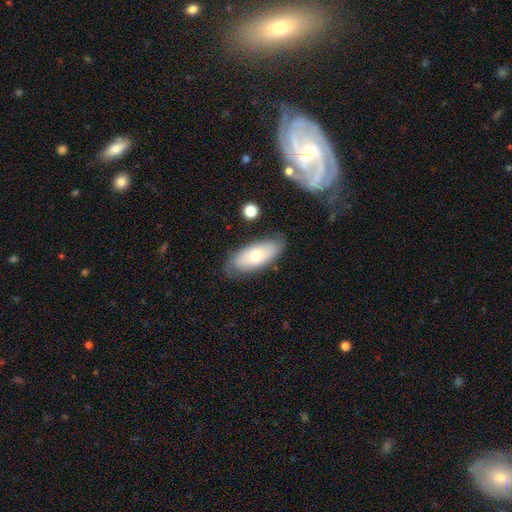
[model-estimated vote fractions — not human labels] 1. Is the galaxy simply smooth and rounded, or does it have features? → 58% smooth, 35% featured or disk, 7% star or artifact.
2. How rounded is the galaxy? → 86% in between, 11% cigar-shaped, 3% round.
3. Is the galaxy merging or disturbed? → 77% none, 17% minor disturbance, 4% major disturbance, 2% merger.